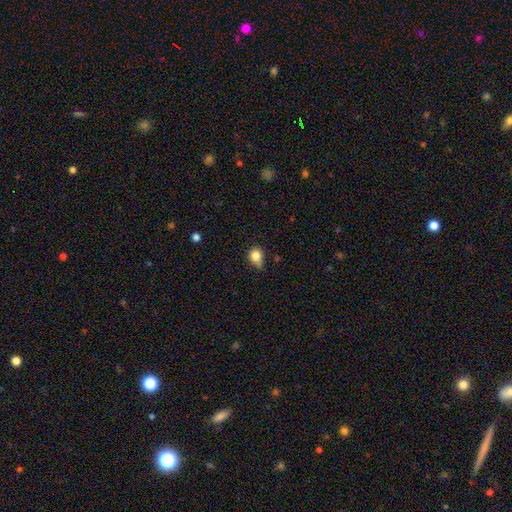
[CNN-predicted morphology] A smooth galaxy with no disk features (82%) that is round (69%). Merging: none (47%).